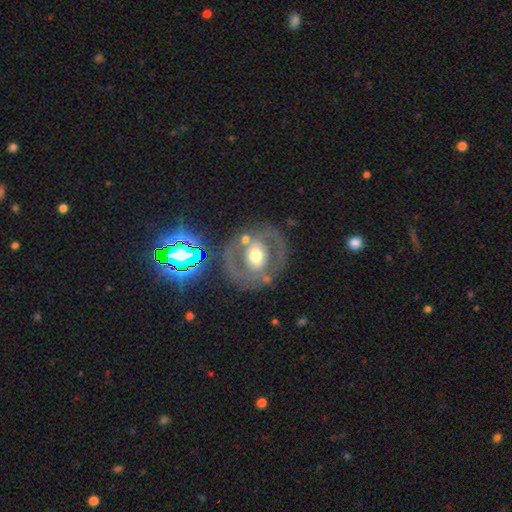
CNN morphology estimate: A featured or disk galaxy (68%) with no bar (48%), no spiral arms (54%) and a moderate central bulge (67%). Merging: none (70%).